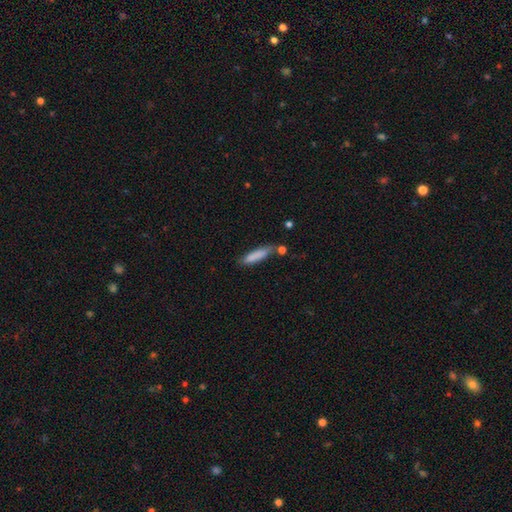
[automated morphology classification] Smooth or featured? Predicted: smooth (p=0.83). How rounded? Predicted: cigar-shaped (p=0.79). Merging? Predicted: none (p=0.63).